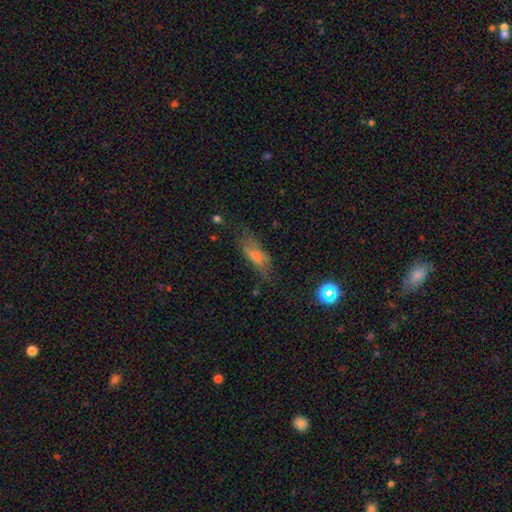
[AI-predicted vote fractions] smooth 57%, featured or disk 30%, star or artifact 13%. Down the decision tree: how rounded — in between (60%); merging — none (57%).